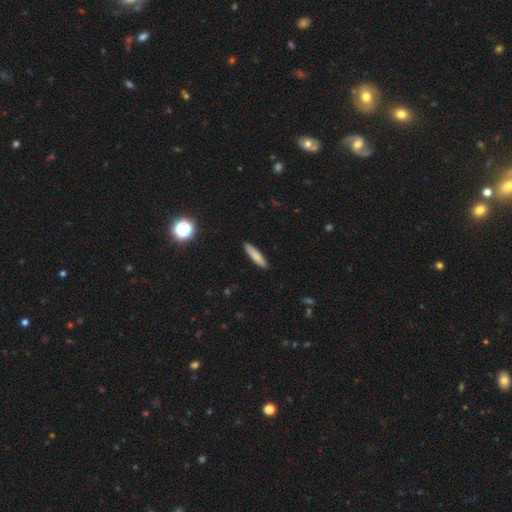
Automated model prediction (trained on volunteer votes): This is likely a smooth galaxy (79%). How rounded: clearly cigar-shaped (84%). Merging: clearly none (90%).